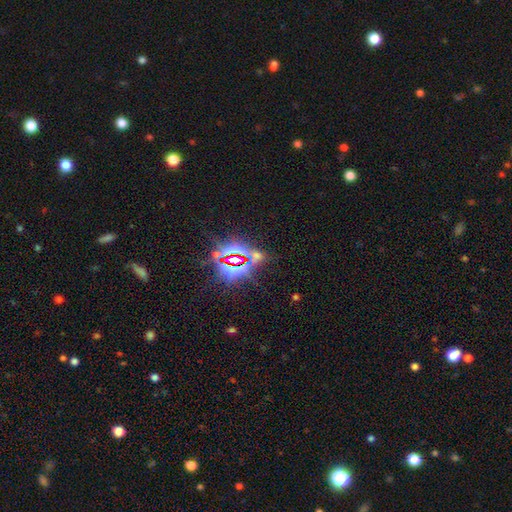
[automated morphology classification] star or artifact 81%, smooth 10%, featured or disk 8%.